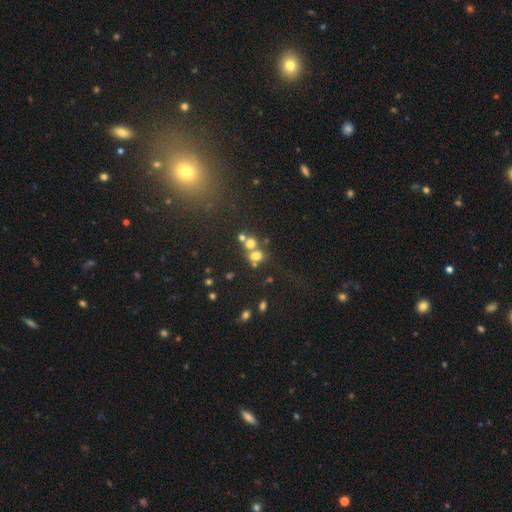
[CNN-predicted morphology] smooth-or-featured: smooth: 66% | star or artifact: 20% | featured or disk: 15%
  how-rounded: round: 68% | in between: 30% | cigar-shaped: 1%
  merging: merger: 48% | none: 38% | minor disturbance: 8% | major disturbance: 5%